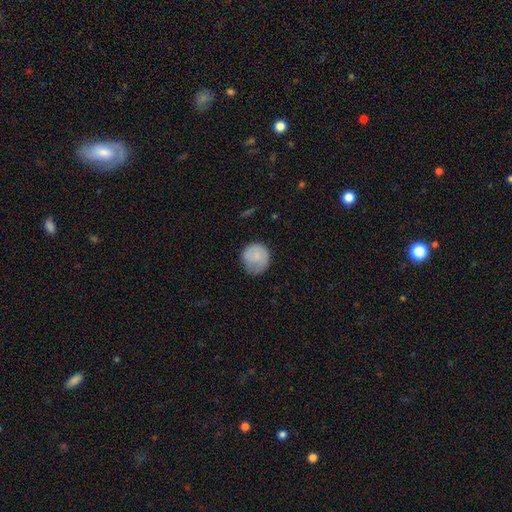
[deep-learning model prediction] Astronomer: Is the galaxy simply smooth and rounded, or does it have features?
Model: smooth — 81%.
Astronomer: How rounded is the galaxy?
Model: round — 89%.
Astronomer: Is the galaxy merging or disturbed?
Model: none — 60%.